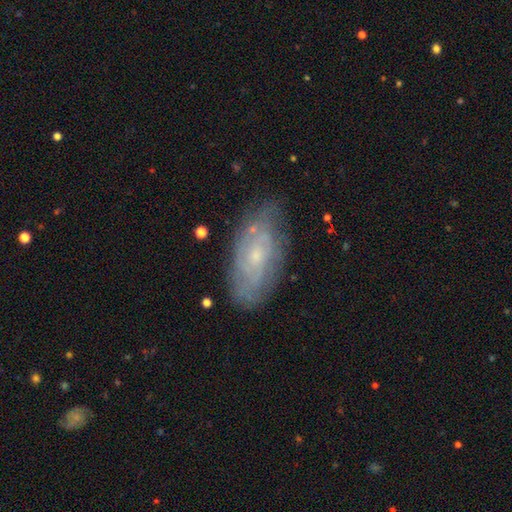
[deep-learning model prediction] Smooth or featured? Predicted: featured or disk (p=0.66). Edge-on disk? Predicted: no (p=0.91). Bar? Predicted: no (p=0.75). Spiral arms? Predicted: yes (p=0.76). Bulge size? Predicted: small (p=0.70). Merging? Predicted: none (p=0.73).